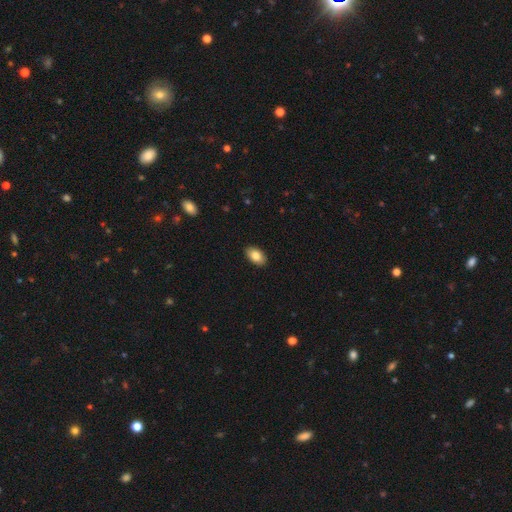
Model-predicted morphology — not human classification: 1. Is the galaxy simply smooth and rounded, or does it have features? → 84% smooth, 9% featured or disk, 7% star or artifact.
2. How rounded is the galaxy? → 93% in between, 6% round, 2% cigar-shaped.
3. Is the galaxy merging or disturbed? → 90% none, 8% minor disturbance, 2% major disturbance, 1% merger.